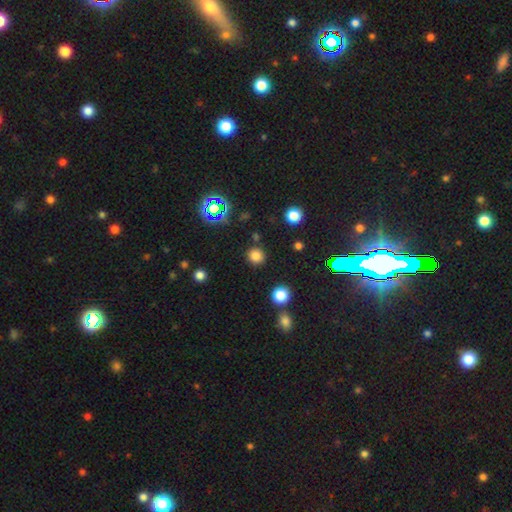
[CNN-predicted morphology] smooth_or_featured: smooth (p=0.78) [alt: star or artifact p=0.17]
how_rounded: round (p=0.91) [alt: in between p=0.08]
merging: none (p=0.87) [alt: minor disturbance p=0.07]